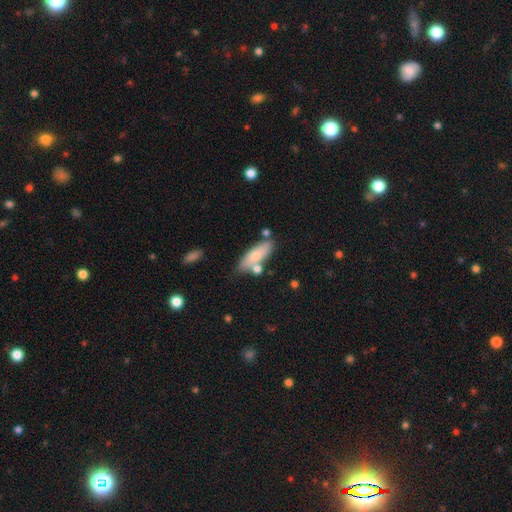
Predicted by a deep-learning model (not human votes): Overall: smooth (70%). How rounded: in between (67%; cigar-shaped 30%). Merging: none (66%).